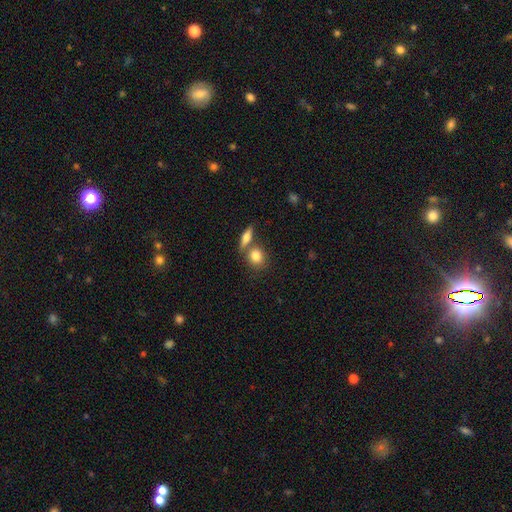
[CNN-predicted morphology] smooth 79%, featured or disk 14%, star or artifact 7%. Down the decision tree: how rounded — round (62%); merging — none (55%).